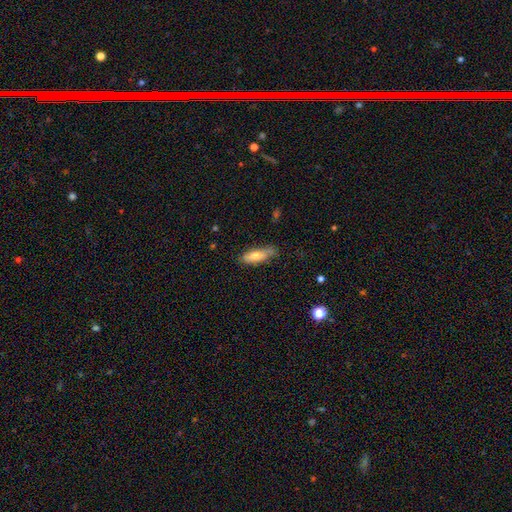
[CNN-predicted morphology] Smooth or featured?
  - smooth: 69% *
  - featured or disk: 25%
  - star or artifact: 7%
How rounded?
  - cigar-shaped: 49% * (tied)
  - in between: 49% * (tied)
  - round: 2%
Merging?
  - none: 67% *
  - minor disturbance: 25%
  - major disturbance: 6%
  - merger: 2%